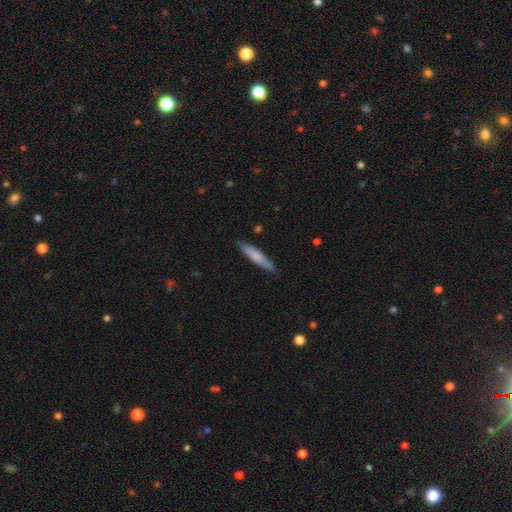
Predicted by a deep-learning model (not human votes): smooth_or_featured: smooth (p=0.71) [alt: featured or disk p=0.23]
how_rounded: cigar-shaped (p=0.87) [alt: in between p=0.12]
merging: none (p=0.83) [alt: minor disturbance p=0.13]